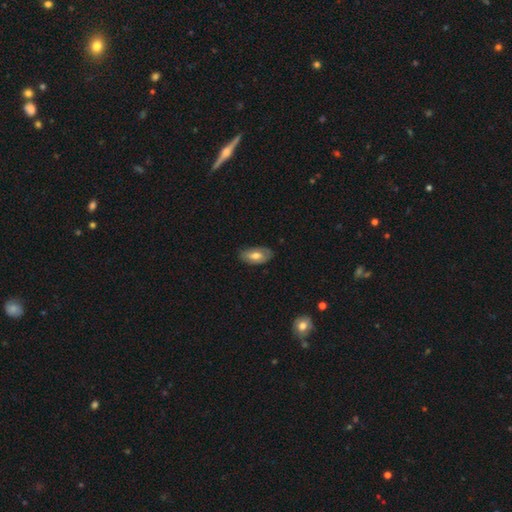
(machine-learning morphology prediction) Q: Smooth or featured?
A: smooth (63%); runner-up: featured or disk (30%)
Q: How rounded?
A: in between (92%); runner-up: round (4%)
Q: Merging?
A: none (76%); runner-up: minor disturbance (19%)